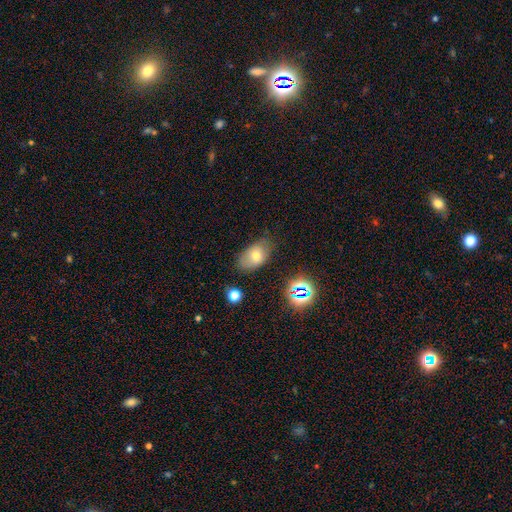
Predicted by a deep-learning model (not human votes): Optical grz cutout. It shows a smooth galaxy with no disk features (68%) that is in between round and cigar-shaped (89%). Merging: none (64%).